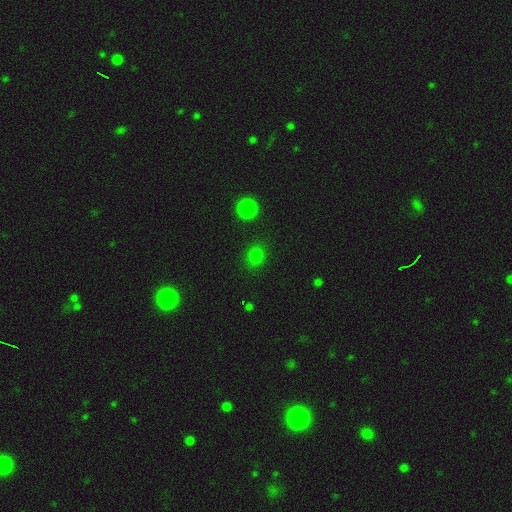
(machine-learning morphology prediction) Smooth or featured? smooth (79%)
How rounded? round (81%)
Merging? none (87%)